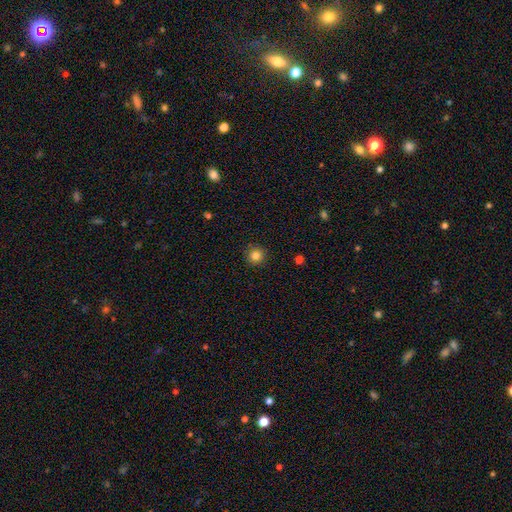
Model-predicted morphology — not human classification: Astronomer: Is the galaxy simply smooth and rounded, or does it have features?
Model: smooth — 83%.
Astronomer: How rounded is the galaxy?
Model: round — 94%.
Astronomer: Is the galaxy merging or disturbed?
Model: none — 91%.